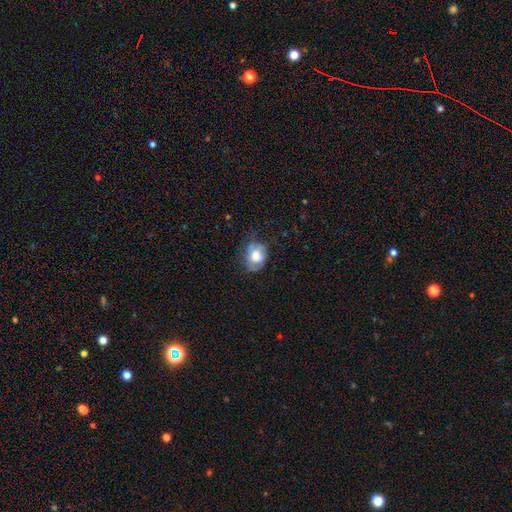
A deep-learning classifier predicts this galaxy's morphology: smooth 62%, featured or disk 29%, star or artifact 9%. Down the decision tree: how rounded — in between (51%); merging — none (53%).